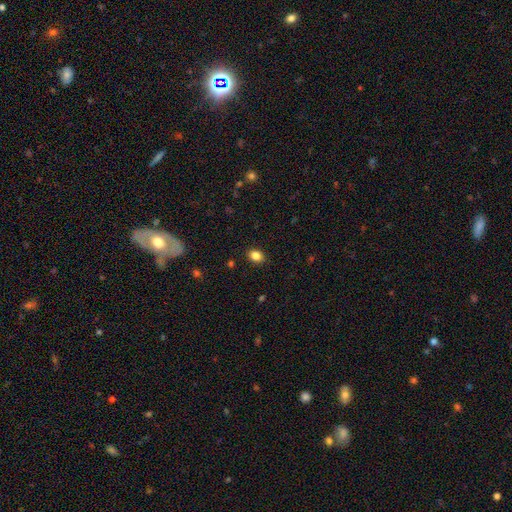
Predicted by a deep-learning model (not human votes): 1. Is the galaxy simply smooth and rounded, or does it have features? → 84% smooth, 11% star or artifact, 5% featured or disk.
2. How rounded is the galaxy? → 60% in between, 38% round, 1% cigar-shaped.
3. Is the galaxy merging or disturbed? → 89% none, 8% minor disturbance, 2% major disturbance, 1% merger.